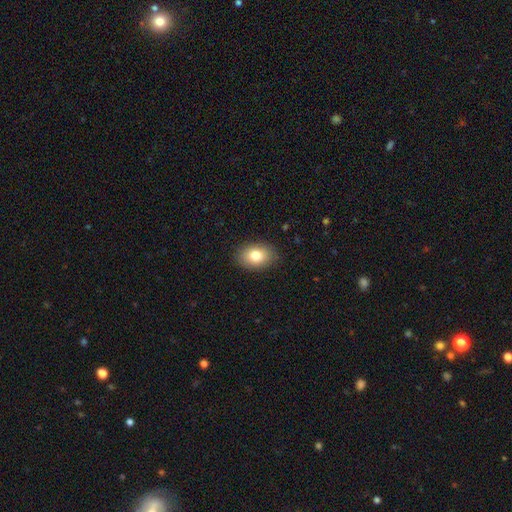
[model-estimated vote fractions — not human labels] Smooth or featured?
  - smooth: 81% *
  - featured or disk: 11%
  - star or artifact: 8%
How rounded?
  - in between: 81% *
  - round: 18%
  - cigar-shaped: 1%
Merging?
  - none: 88% *
  - minor disturbance: 9%
  - major disturbance: 2%
  - merger: 1%